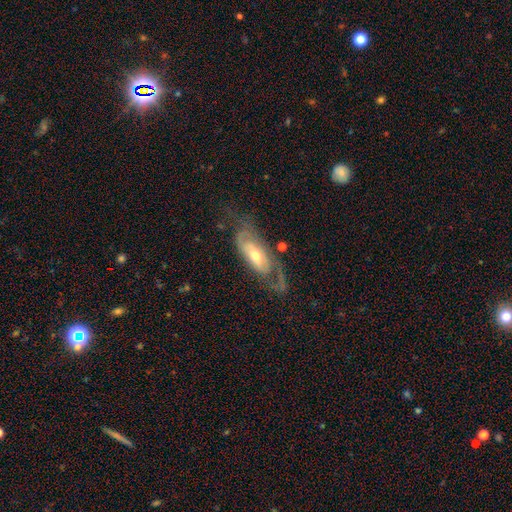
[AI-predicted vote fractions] smooth-or-featured: featured or disk: 70% | smooth: 24% | star or artifact: 6%
  disk-edge-on: no: 87% | yes: 13%
    bar: no: 54% | weak: 33% | strong: 13%
    has-spiral-arms: yes: 77% | no: 23%
    bulge-size: moderate: 61% | small: 29% | large: 7% | none: 1% | dominant: 1%
  merging: none: 45% | major disturbance: 30% | minor disturbance: 22% | merger: 3%